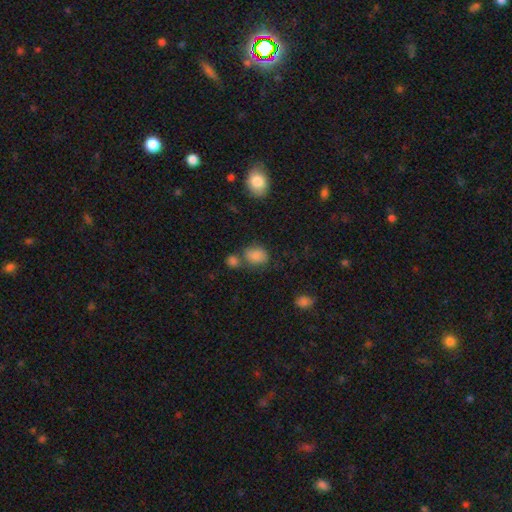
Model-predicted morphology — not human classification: Q: Smooth or featured?
A: smooth (83%); runner-up: star or artifact (10%)
Q: How rounded?
A: in between (60%); runner-up: round (39%)
Q: Merging?
A: none (58%); runner-up: merger (22%)